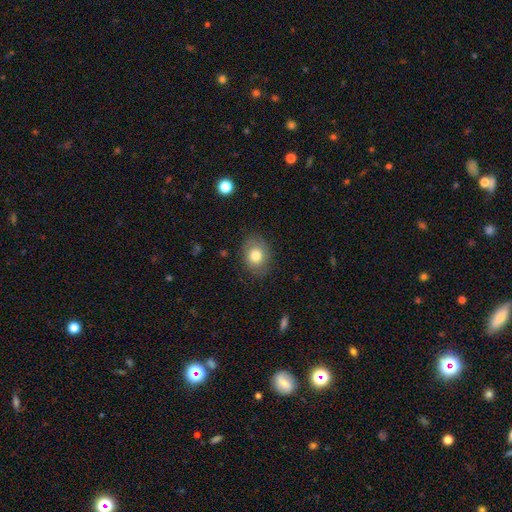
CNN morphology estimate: Smooth or featured? smooth (78%)
How rounded? in between (57%)
Merging? none (82%)